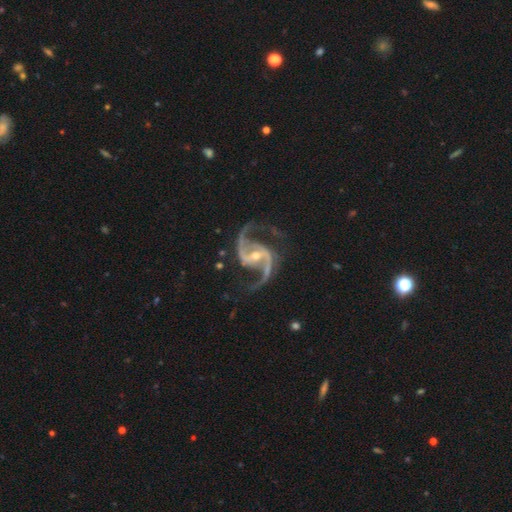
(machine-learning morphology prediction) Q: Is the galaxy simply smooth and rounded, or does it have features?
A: featured or disk — 94%.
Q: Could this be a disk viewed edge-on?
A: no — 98%.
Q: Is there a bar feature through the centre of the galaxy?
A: strong — 39%.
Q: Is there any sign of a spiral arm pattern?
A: yes — 99%.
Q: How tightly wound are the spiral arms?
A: medium — 56%.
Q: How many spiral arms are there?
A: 2 — 94%.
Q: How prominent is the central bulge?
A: small — 52%.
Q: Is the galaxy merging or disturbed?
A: none — 78%.